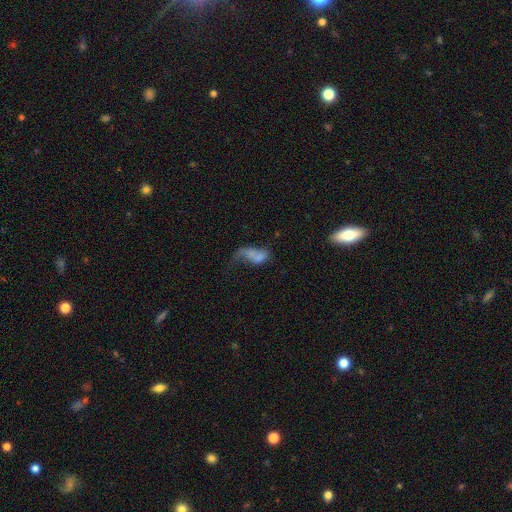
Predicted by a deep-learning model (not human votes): Smooth or featured?
  - smooth: 52% *
  - featured or disk: 36%
  - star or artifact: 12%
How rounded?
  - in between: 85% *
  - round: 8%
  - cigar-shaped: 7%
Merging?
  - major disturbance: 43% *
  - merger: 28%
  - none: 17%
  - minor disturbance: 13%